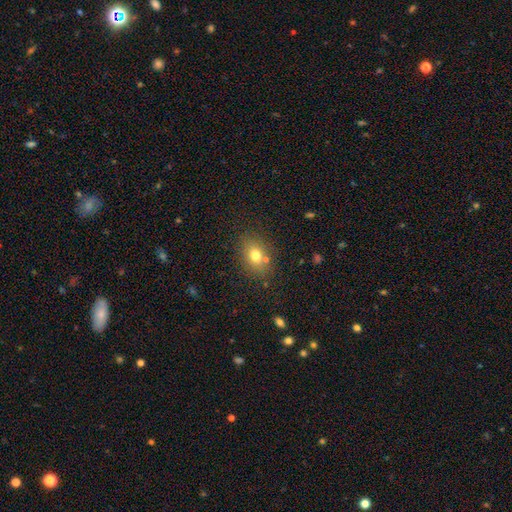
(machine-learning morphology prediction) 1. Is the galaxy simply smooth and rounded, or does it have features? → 74% smooth, 14% featured or disk, 13% star or artifact.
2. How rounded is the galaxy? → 67% in between, 31% round, 2% cigar-shaped.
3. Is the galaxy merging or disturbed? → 77% none, 12% minor disturbance, 8% merger, 4% major disturbance.